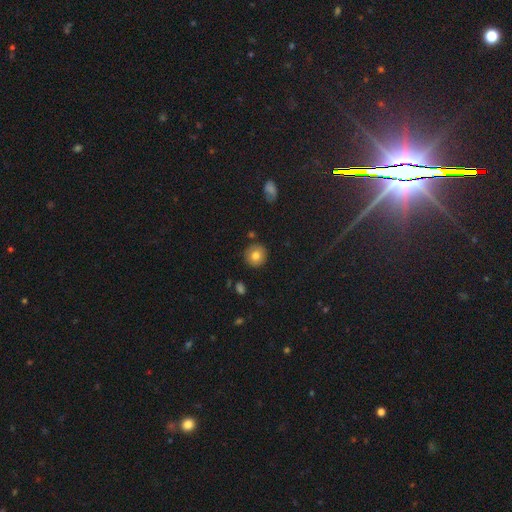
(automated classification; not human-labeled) Smooth or featured: smooth — 78% (featured or disk — 12%)
How rounded: round — 92% (in between — 7%)
Merging: none — 89% (minor disturbance — 7%)